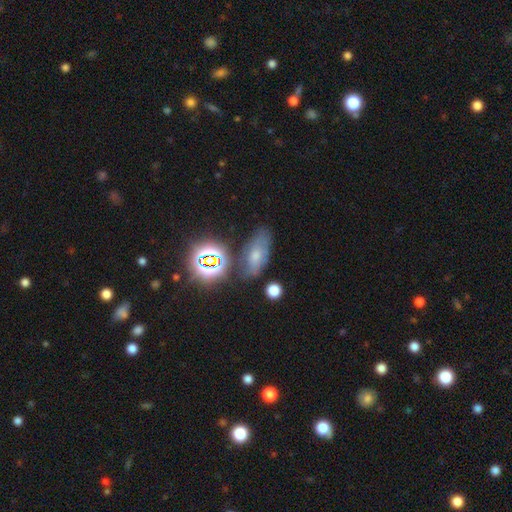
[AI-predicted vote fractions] Smooth or featured? Predicted: smooth (p=0.42). Merging? Predicted: none (p=0.66).